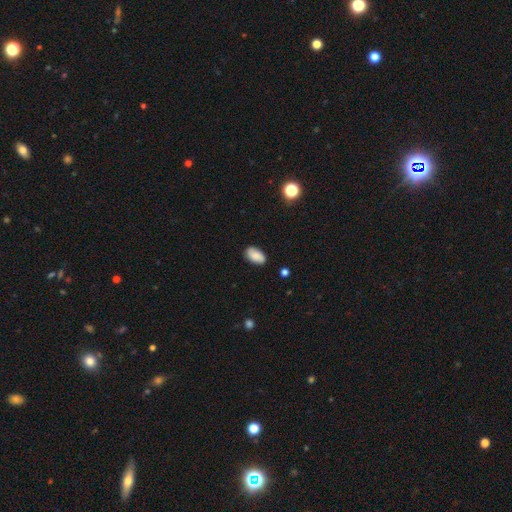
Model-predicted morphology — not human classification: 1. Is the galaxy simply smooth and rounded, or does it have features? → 83% smooth, 9% featured or disk, 8% star or artifact.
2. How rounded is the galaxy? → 94% in between, 4% round, 2% cigar-shaped.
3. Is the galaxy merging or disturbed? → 82% none, 14% minor disturbance, 3% major disturbance, 1% merger.